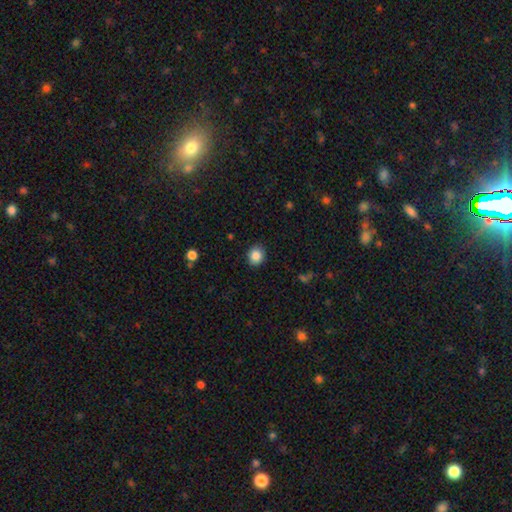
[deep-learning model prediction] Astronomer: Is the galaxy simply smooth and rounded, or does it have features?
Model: smooth — 87%.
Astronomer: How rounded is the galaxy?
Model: round — 71%.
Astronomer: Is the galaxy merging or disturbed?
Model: none — 89%.